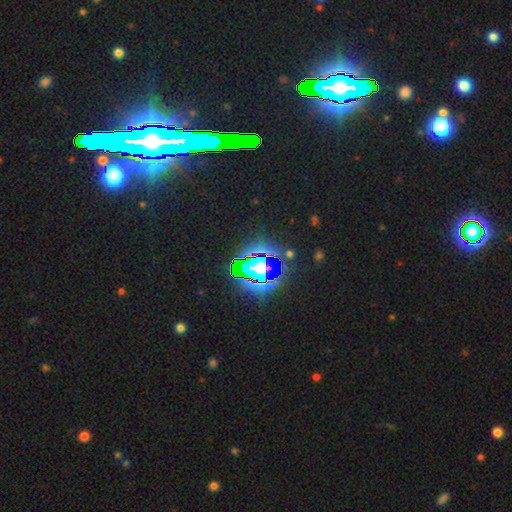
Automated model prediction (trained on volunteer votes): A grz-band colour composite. It shows a star or artifact, not a galaxy (83%).